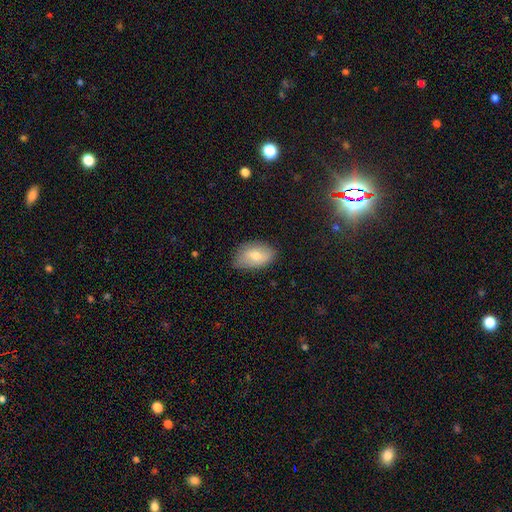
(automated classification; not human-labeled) This appears to be a smooth galaxy with no disk features (66%) that is in between round and cigar-shaped (91%). Merging: none (76%).